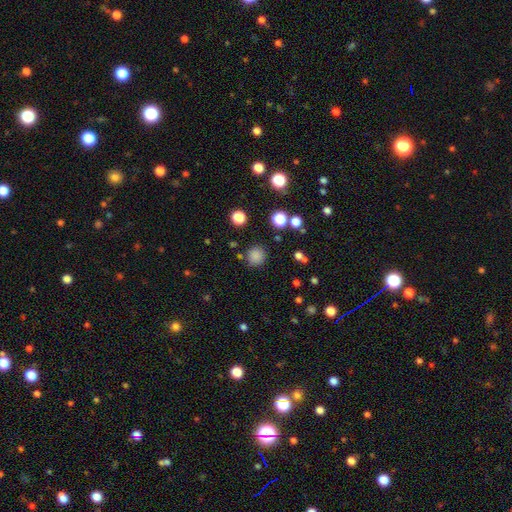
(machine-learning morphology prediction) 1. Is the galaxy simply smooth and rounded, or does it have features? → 82% smooth, 14% star or artifact, 4% featured or disk.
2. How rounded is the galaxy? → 90% round, 9% in between, 1% cigar-shaped.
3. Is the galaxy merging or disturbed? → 84% none, 9% minor disturbance, 3% major disturbance, 3% merger.